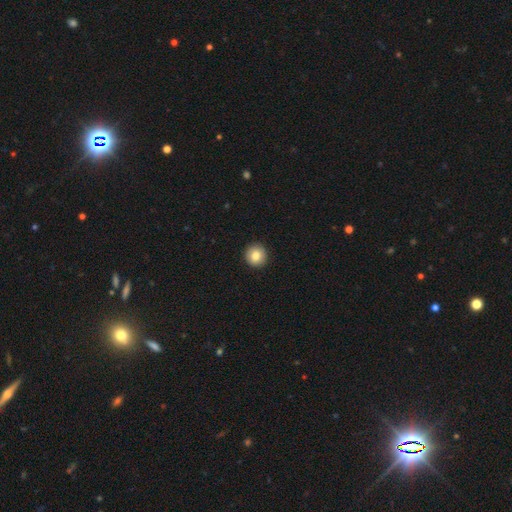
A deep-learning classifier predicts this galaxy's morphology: A smooth galaxy with no disk features (84%) that is round (94%).

Vote fractions:
- Smooth or featured? smooth: 84% / star or artifact: 8% / featured or disk: 7%
- How rounded? round: 94% / in between: 5% / cigar-shaped: 1%
- Merging? none: 93% / minor disturbance: 5% / major disturbance: 1% / merger: 1%